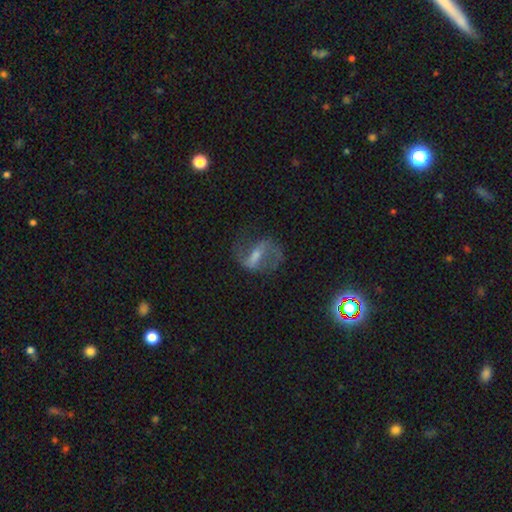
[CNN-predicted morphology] Smooth or featured: featured or disk — 77% (smooth — 12%)
Edge-on disk: no — 94% (yes — 6%)
Bar: strong — 52% (weak — 36%)
Spiral arms: yes — 90% (no — 10%)
Spiral winding: loose — 47% (medium — 42%)
Spiral arm count: 2 — 87% (can't tell — 6%)
Bulge size: small — 45% (moderate — 34%)
Merging: none — 70% (minor disturbance — 16%)